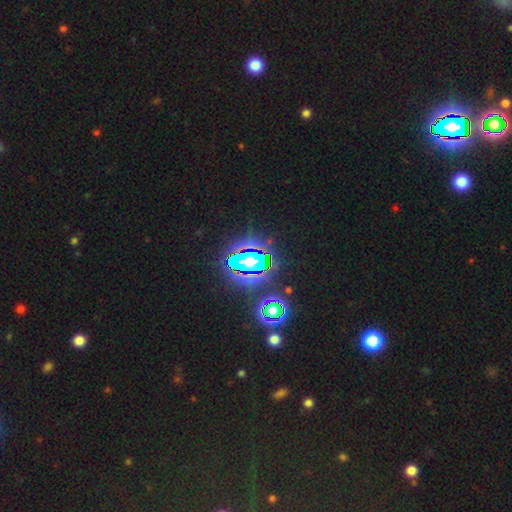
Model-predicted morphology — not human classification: Q: Smooth or featured?
A: star or artifact (83%); runner-up: smooth (11%)